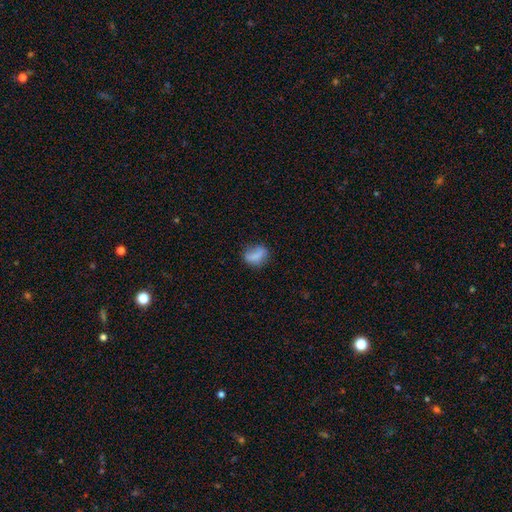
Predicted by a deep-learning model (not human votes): This appears to be a smooth galaxy with no disk features (74%) that is in between round and cigar-shaped (69%). Merging: none (56%).